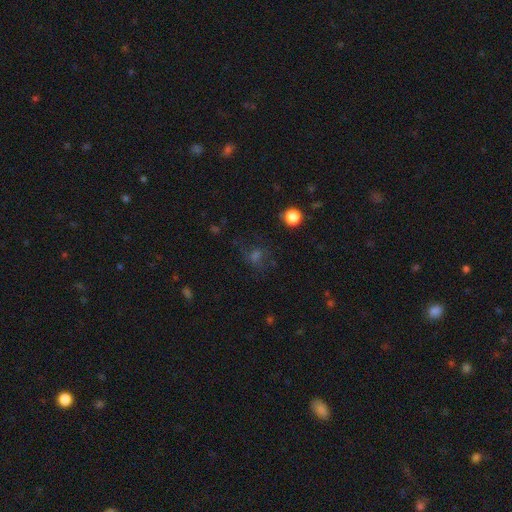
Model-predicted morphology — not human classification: Q: Smooth or featured?
A: smooth (41%); runner-up: star or artifact (39%)
Q: Merging?
A: none (64%); runner-up: major disturbance (17%)